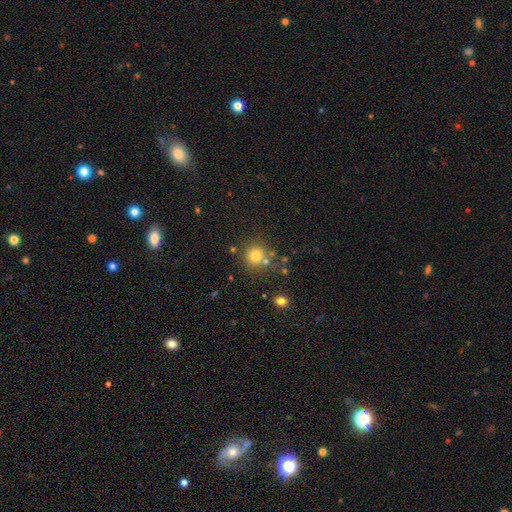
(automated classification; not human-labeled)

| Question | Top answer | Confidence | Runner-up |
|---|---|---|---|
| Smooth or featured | smooth | 76% | star or artifact (15%) |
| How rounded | round | 92% | in between (7%) |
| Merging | none | 74% | merger (12%) |